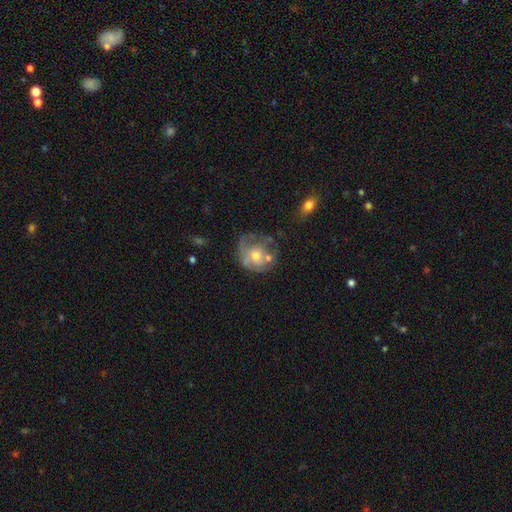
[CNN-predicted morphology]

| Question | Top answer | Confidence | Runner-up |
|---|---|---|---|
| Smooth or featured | featured or disk | 52% | smooth (39%) |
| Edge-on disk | no | 97% | yes (3%) |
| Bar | no | 83% | weak (14%) |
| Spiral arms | no | 63% | yes (37%) |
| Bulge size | moderate | 57% | small (34%) |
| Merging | none | 37% | major disturbance (25%) |